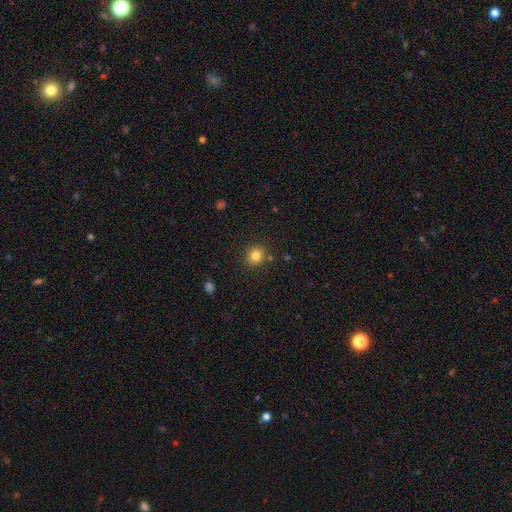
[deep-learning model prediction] A smooth galaxy with no disk features (81%) that is round (86%).

Vote fractions:
- Smooth or featured? smooth: 81% / star or artifact: 12% / featured or disk: 6%
- How rounded? round: 86% / in between: 14% / cigar-shaped: 1%
- Merging? none: 84% / minor disturbance: 9% / merger: 4% / major disturbance: 3%